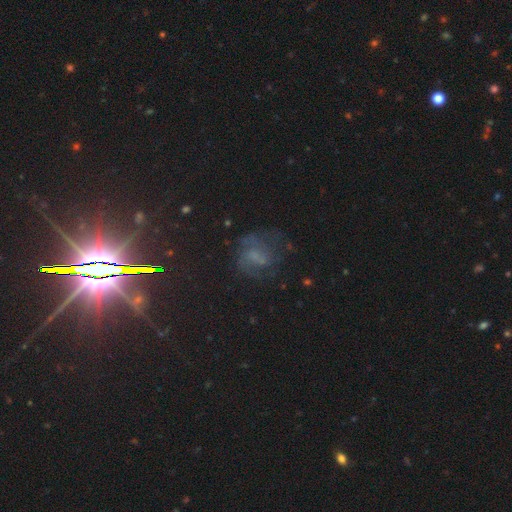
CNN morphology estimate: Smooth or featured?
  - featured or disk: 43% *
  - smooth: 28%
  - star or artifact: 28%
Merging?
  - none: 54% *
  - major disturbance: 23%
  - minor disturbance: 20%
  - merger: 3%